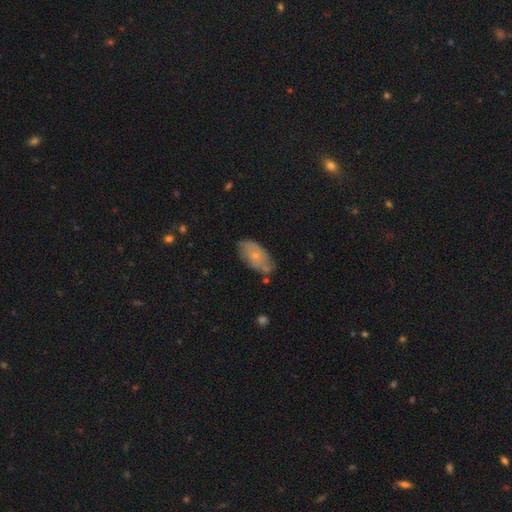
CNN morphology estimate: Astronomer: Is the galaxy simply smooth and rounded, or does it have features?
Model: smooth — 55% (runner-up: featured or disk, 38%).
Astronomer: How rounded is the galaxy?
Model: in between — 92%.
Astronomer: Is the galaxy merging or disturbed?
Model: none — 62%.